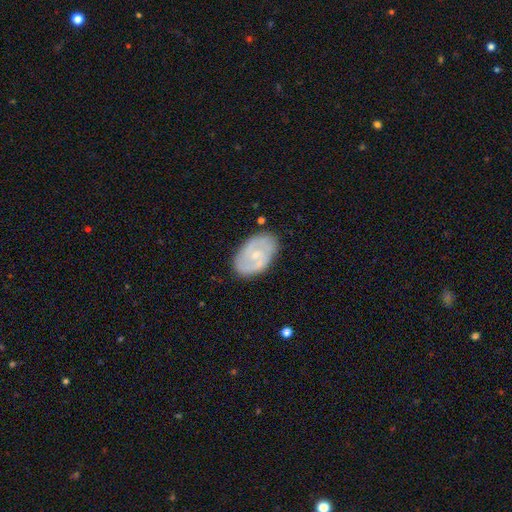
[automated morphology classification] This is likely a featured or disk galaxy (70%). It is clearly not viewed edge-on (96%). Bar: possibly no (60%). Spiral arm pattern: clearly yes (81%). Spiral arm count: likely 2 (64%). Spiral winding: marginally medium (42%). Central bulge: likely small (67%). Merging: likely none (79%).